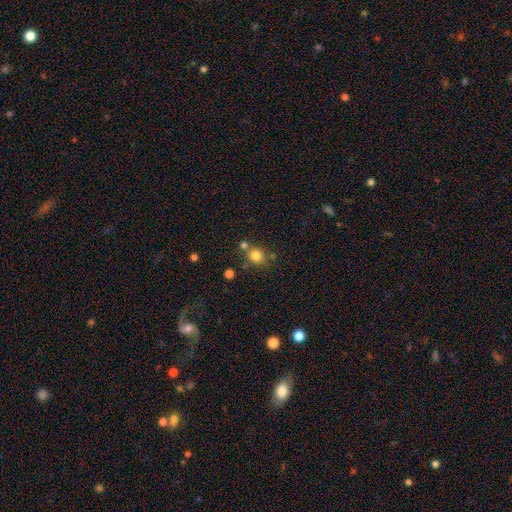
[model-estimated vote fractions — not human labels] A smooth galaxy with no disk features (80%) that is round (79%). Merging: none (63%).